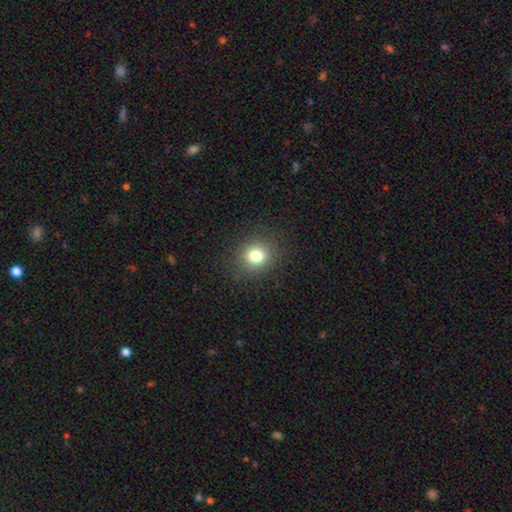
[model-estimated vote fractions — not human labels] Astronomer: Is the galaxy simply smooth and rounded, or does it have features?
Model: smooth — 79%.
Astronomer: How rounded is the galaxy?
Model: round — 78%.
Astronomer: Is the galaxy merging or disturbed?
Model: none — 89%.